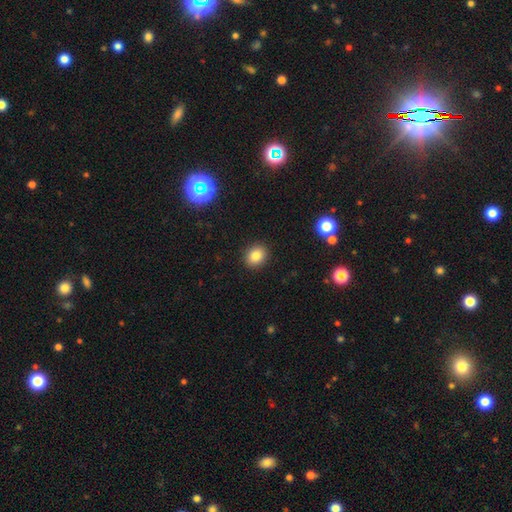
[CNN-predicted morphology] Smooth or featured?
  - smooth: 83% *
  - star or artifact: 11%
  - featured or disk: 6%
How rounded?
  - round: 56% *
  - in between: 43%
  - cigar-shaped: 1%
Merging?
  - none: 90% *
  - minor disturbance: 7%
  - major disturbance: 2%
  - merger: 1%